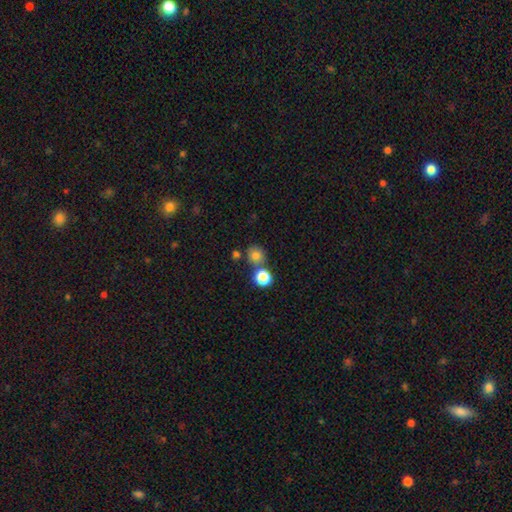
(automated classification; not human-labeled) Overall: smooth (77%). How rounded: round (87%). Merging: none (66%).